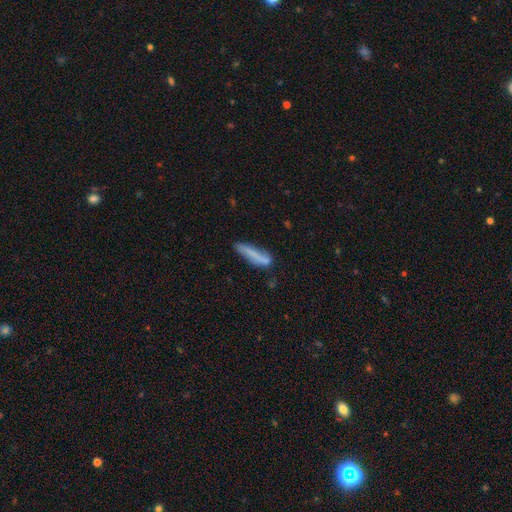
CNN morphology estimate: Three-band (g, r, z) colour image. It shows a smooth galaxy with no disk features (68%) that is cigar-shaped (84%). Merging: none (61%).